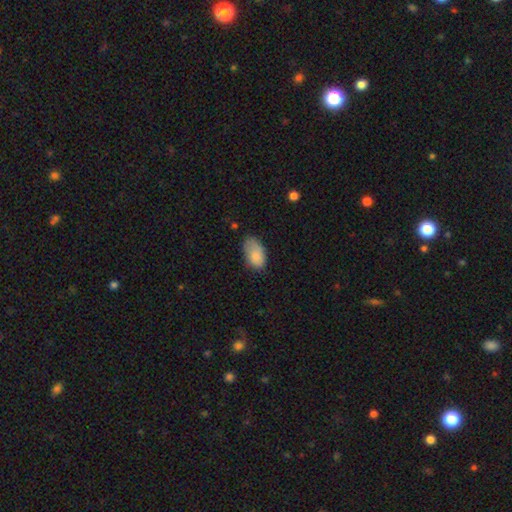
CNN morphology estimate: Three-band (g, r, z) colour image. It shows a smooth galaxy with no disk features (82%) that is in between round and cigar-shaped (93%). Merging: none (56%).